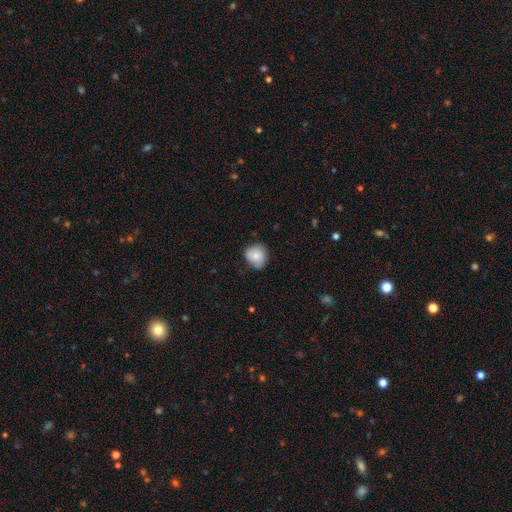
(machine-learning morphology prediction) Smooth or featured?
  - smooth: 75% *
  - featured or disk: 18%
  - star or artifact: 8%
How rounded?
  - round: 78% *
  - in between: 21%
  - cigar-shaped: 1%
Merging?
  - none: 62% *
  - minor disturbance: 30%
  - major disturbance: 6%
  - merger: 1%